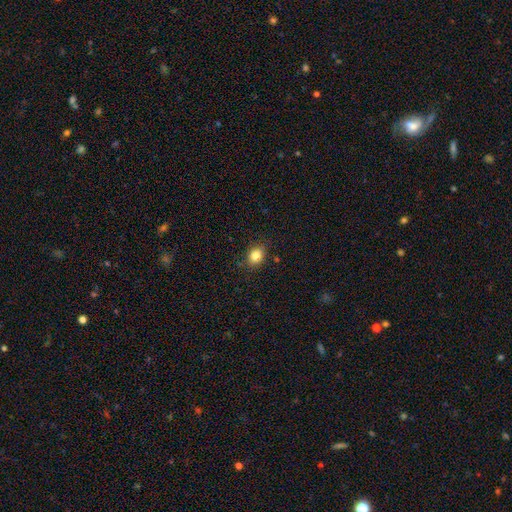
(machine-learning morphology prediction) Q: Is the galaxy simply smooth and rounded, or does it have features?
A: smooth — 84%.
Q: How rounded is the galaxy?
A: round — 51%.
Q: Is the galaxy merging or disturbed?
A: none — 86%.